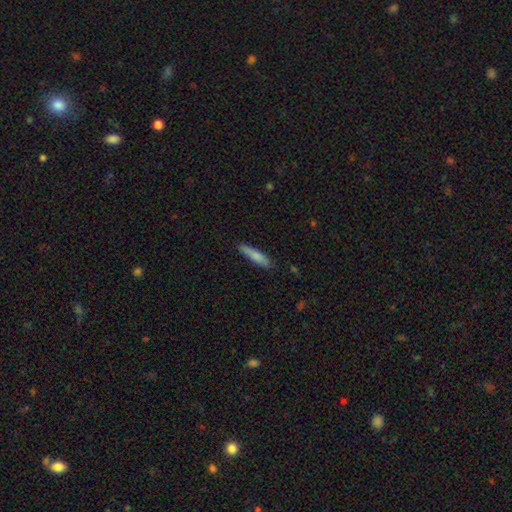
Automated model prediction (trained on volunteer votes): This appears to be a smooth galaxy with no disk features (80%) that is cigar-shaped (85%). Merging: none (82%).